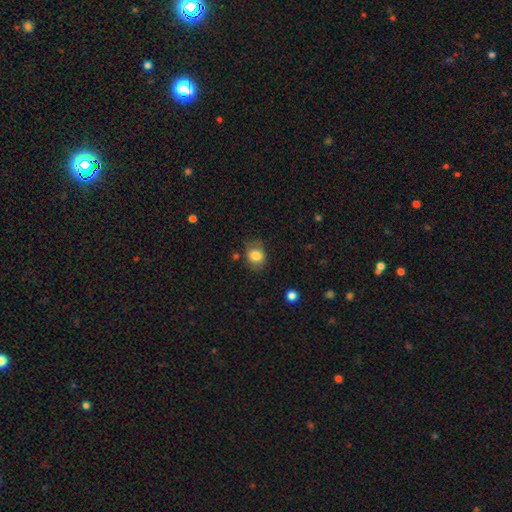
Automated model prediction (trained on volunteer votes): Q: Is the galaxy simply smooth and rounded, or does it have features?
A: smooth — 82%.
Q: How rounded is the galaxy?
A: round — 52%.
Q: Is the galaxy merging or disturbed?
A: none — 69%.